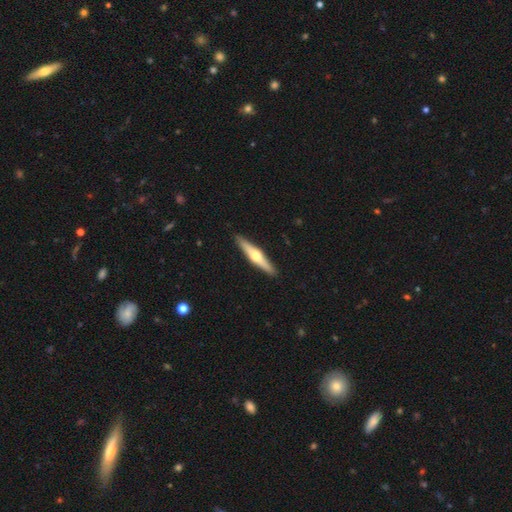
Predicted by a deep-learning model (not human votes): Morphology: type=featured or disk (63%); edge-on=yes (96%); edge-on bulge=rounded (94%); merging=none (91%).